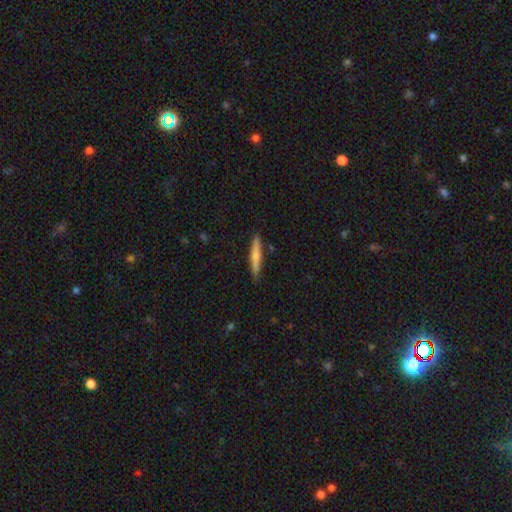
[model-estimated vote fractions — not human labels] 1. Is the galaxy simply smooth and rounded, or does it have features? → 61% smooth, 33% featured or disk, 6% star or artifact.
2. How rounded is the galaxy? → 93% cigar-shaped, 6% in between, 2% round.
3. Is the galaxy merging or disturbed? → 86% none, 10% minor disturbance, 2% merger, 2% major disturbance.